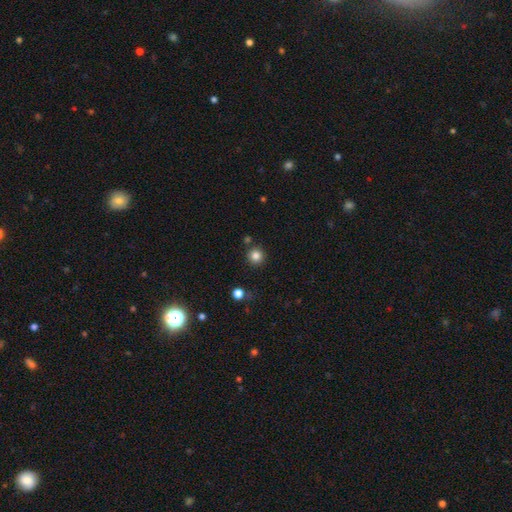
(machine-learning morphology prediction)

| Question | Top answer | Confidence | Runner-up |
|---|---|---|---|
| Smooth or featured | smooth | 83% | star or artifact (12%) |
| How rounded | round | 94% | in between (5%) |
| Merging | none | 85% | minor disturbance (7%) |